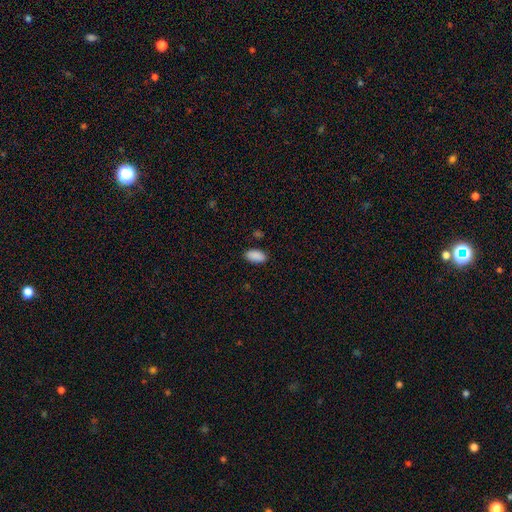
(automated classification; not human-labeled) smooth_or_featured: smooth (p=0.90) [alt: star or artifact p=0.07]
how_rounded: in between (p=0.94) [alt: cigar-shaped p=0.03]
merging: none (p=0.86) [alt: minor disturbance p=0.10]